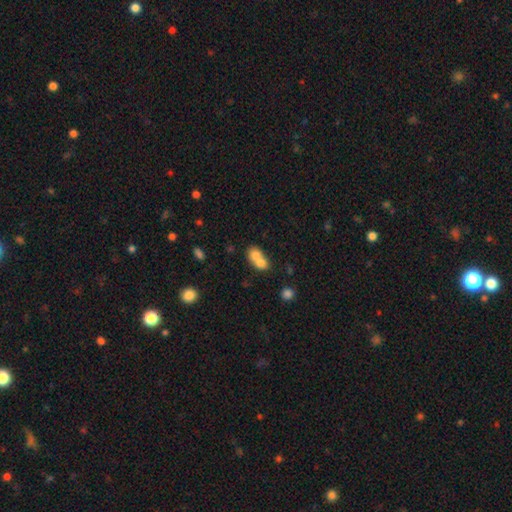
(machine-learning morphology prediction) A smooth galaxy with no disk features (73%) that is round (56%).

Vote fractions:
- Smooth or featured? smooth: 73% / featured or disk: 18% / star or artifact: 10%
- How rounded? round: 56% / in between: 42% / cigar-shaped: 1%
- Merging? merger: 73% / none: 20% / minor disturbance: 5% / major disturbance: 2%